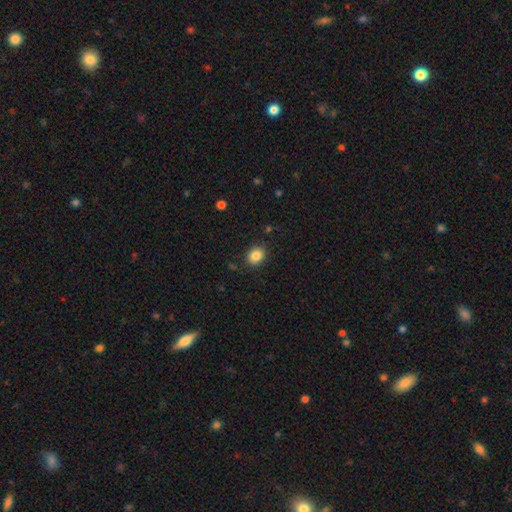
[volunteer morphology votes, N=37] Overall: smooth (81%). How rounded: round (53%; in between 43%). Merging: none (89%).